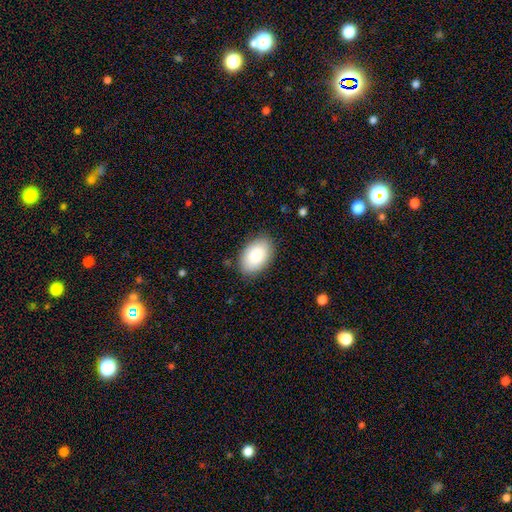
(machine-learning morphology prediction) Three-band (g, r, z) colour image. It shows a smooth galaxy with no disk features (88%) that is in between round and cigar-shaped (92%). Merging: none (85%).